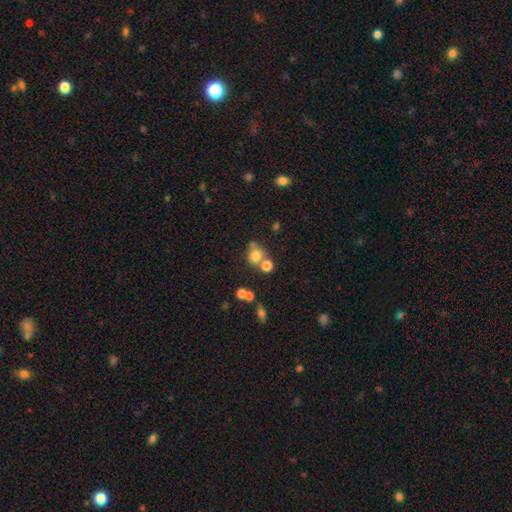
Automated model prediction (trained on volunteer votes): A smooth galaxy with no disk features (75%) that is round (76%). Merging: none (50%).